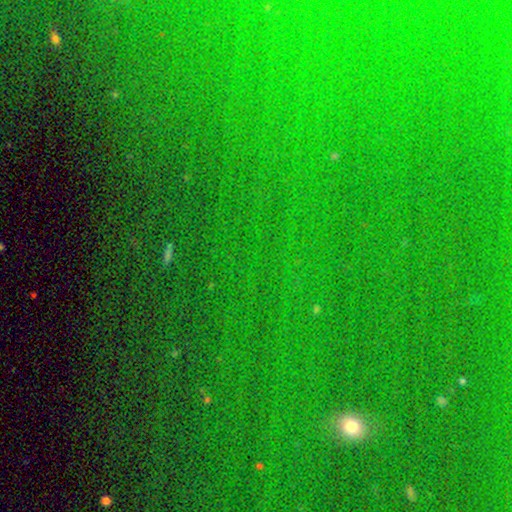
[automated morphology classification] This appears to be a star or artifact, not a galaxy (79%).